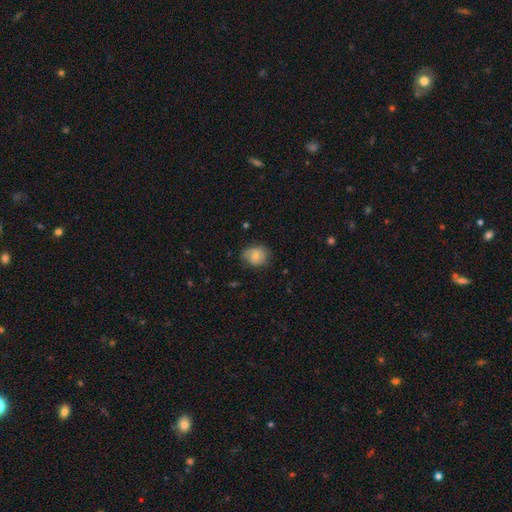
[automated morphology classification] Overall: smooth (61%; featured or disk 31%). How rounded: round (58%; in between 41%). Merging: none (67%).